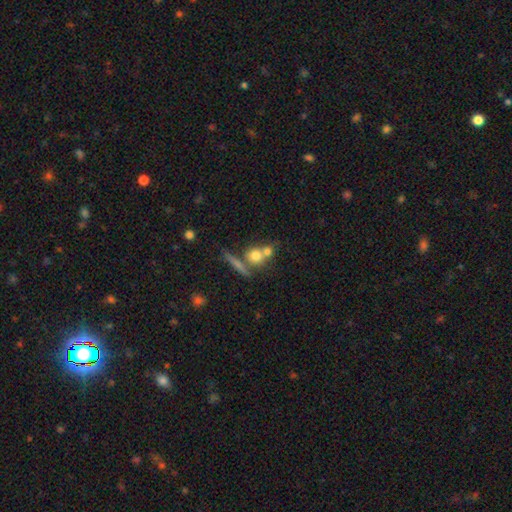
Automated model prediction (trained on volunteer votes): This is likely a smooth galaxy (71%). How rounded: likely round (75%). Merging: possibly none (46%).